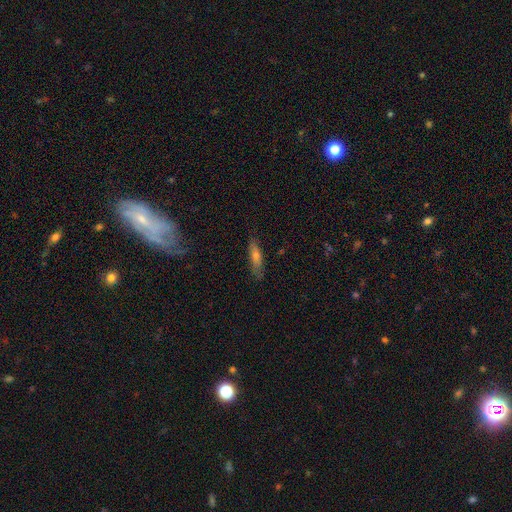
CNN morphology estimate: Smooth or featured? Predicted: smooth (p=0.52). How rounded? Predicted: cigar-shaped (p=0.74). Merging? Predicted: none (p=0.80).